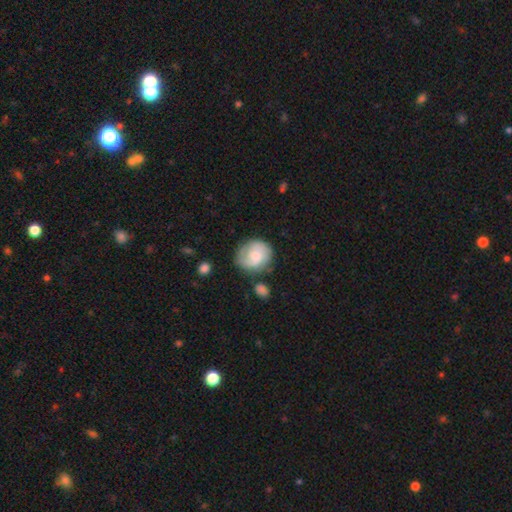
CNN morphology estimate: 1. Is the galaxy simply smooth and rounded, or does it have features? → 52% featured or disk, 41% smooth, 7% star or artifact.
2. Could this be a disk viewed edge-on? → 98% no, 2% yes.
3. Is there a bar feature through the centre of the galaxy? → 56% no, 38% weak, 6% strong.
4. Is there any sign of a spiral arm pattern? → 87% yes, 13% no.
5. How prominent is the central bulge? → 42% moderate, 36% small, 10% large, 10% none, 2% dominant.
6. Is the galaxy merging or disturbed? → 68% none, 20% minor disturbance, 7% major disturbance, 5% merger.